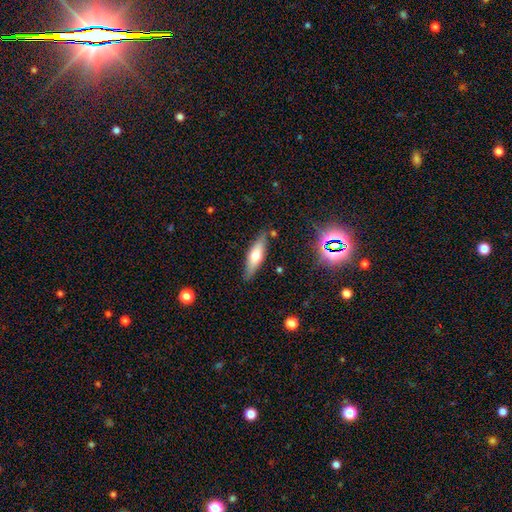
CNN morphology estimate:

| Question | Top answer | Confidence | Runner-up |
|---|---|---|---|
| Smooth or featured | smooth | 52% | featured or disk (40%) |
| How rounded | cigar-shaped | 61% | in between (37%) |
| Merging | none | 84% | minor disturbance (11%) |